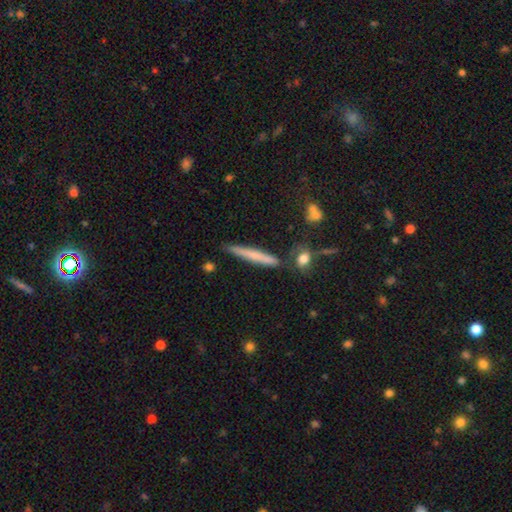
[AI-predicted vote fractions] Morphology: type=smooth (64%); roundness=cigar-shaped (95%); merging=none (82%).